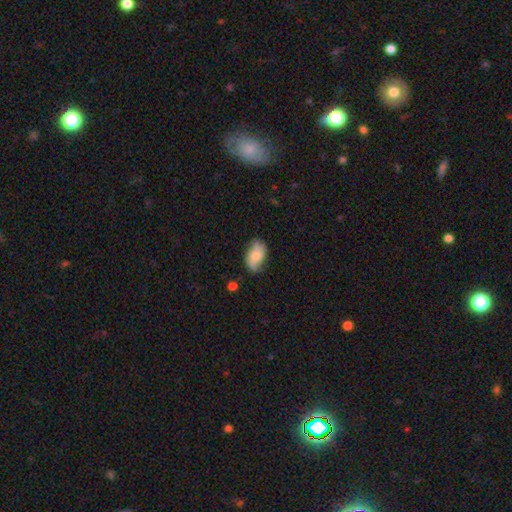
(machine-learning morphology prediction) smooth_or_featured: smooth (p=0.53) [alt: featured or disk p=0.39]
how_rounded: in between (p=0.90) [alt: round p=0.08]
merging: none (p=0.64) [alt: minor disturbance p=0.27]